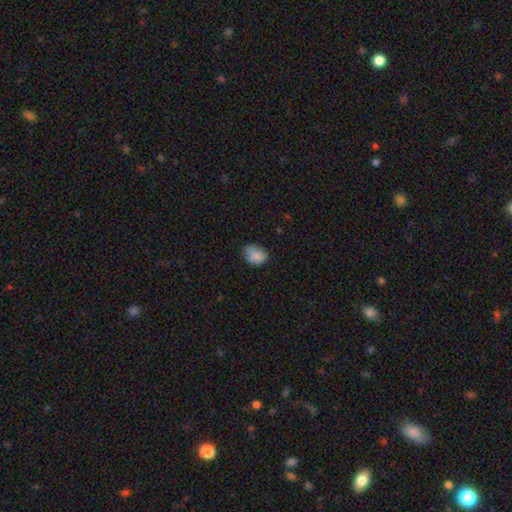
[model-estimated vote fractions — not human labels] Overall: smooth (85%). How rounded: in between (73%). Merging: none (56%; minor disturbance 35%).